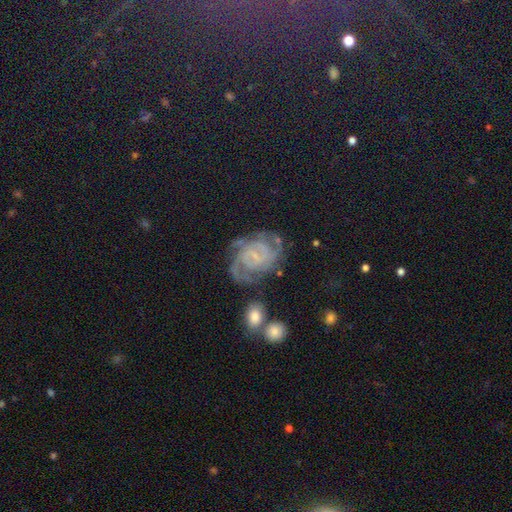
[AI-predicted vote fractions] This appears to be a featured or disk galaxy (82%) with a weak bar (44%), 2 (46%) tight (64%) spiral arms (97%) and a small central bulge (72%). Merging: none (68%).